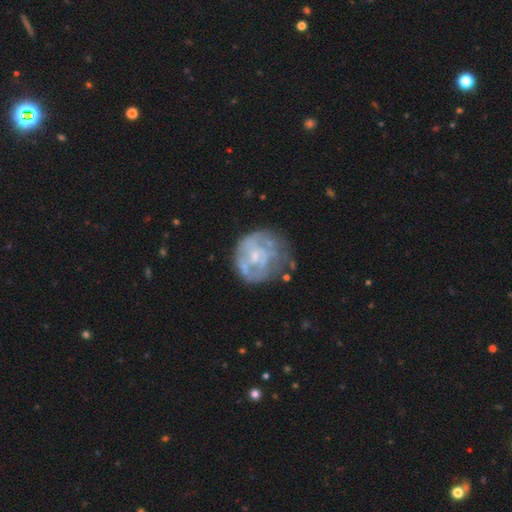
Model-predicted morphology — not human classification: Smooth or featured?
  - featured or disk: 70% *
  - smooth: 22%
  - star or artifact: 7%
Edge-on disk?
  - no: 98% *
  - yes: 2%
Bar?
  - no: 67% *
  - weak: 28%
  - strong: 5%
Spiral arms?
  - yes: 50% * (tied)
  - no: 50% * (tied)
Bulge size?
  - small: 49% *
  - moderate: 29%
  - none: 19%
  - large: 2%
  - dominant: 1%
Merging?
  - none: 51% *
  - minor disturbance: 23%
  - major disturbance: 20%
  - merger: 5%